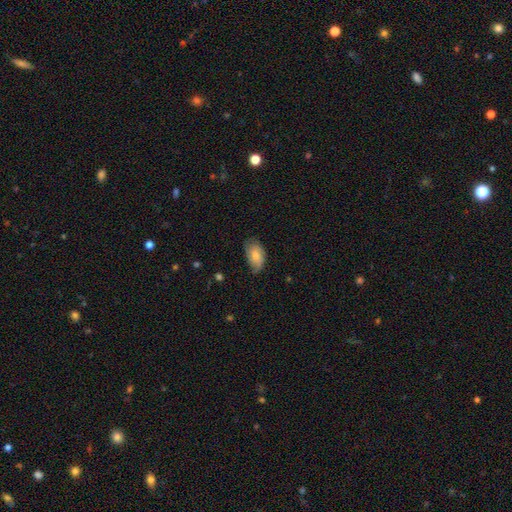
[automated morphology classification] A smooth galaxy with no disk features (69%) that is in between round and cigar-shaped (92%). Merging: none (60%).